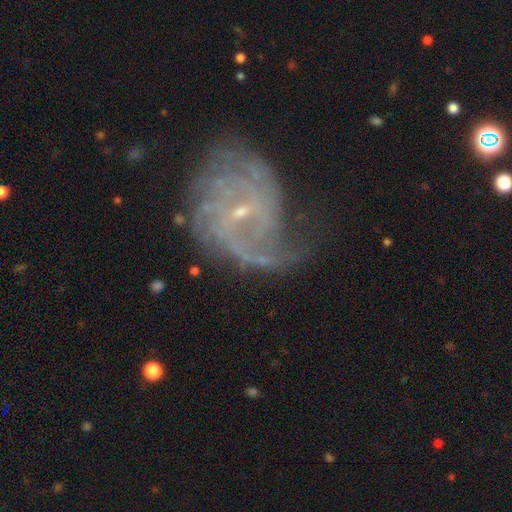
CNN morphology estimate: The model was most divided on "spiral winding": tight: 42%, medium: 38%, loose: 20%. Remaining: edge-on disk — no (97%); spiral arms — yes (94%); smooth or featured — featured or disk (85%); bulge size — small (82%); merging — none (48%); bar — weak (47%); spiral arm count — can't tell (35%).